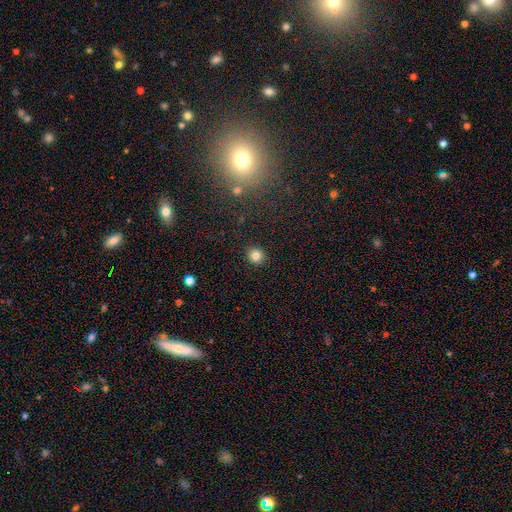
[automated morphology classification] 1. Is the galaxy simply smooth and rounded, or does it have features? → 83% smooth, 12% star or artifact, 6% featured or disk.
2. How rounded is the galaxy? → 91% round, 8% in between, 1% cigar-shaped.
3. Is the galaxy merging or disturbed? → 91% none, 6% minor disturbance, 2% major disturbance, 1% merger.